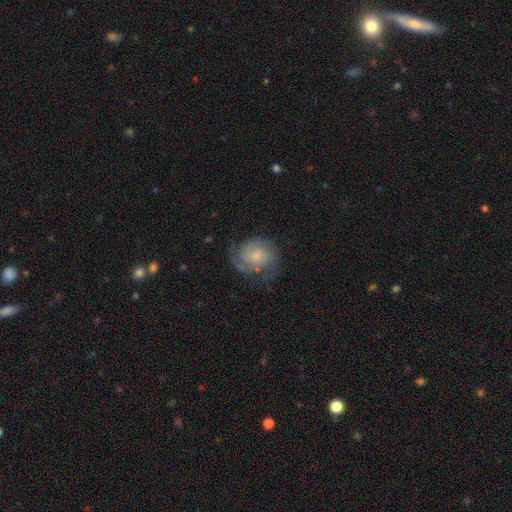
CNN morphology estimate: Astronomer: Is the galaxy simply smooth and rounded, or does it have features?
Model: featured or disk — 66%.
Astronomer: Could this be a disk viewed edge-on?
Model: no — 98%.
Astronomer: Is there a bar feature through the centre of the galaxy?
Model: no — 74%.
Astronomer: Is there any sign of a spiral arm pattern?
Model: yes — 92%.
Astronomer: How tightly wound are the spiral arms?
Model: tight — 48% (runner-up: medium, 37%).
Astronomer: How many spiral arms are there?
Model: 2 — 53%.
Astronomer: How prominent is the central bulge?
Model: small — 56%.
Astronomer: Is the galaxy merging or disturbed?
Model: none — 62%.